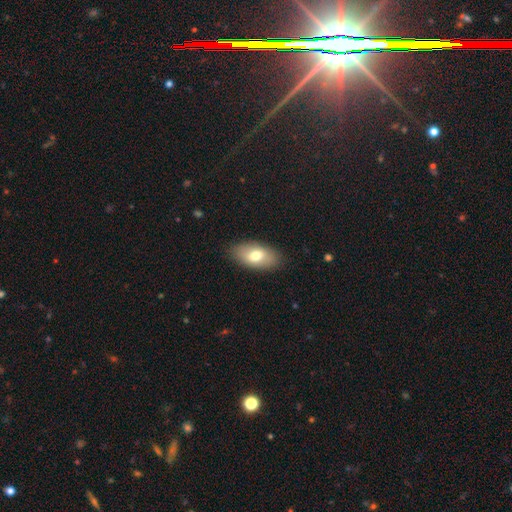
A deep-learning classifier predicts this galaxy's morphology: Smooth or featured? Predicted: smooth (p=0.71). How rounded? Predicted: in between (p=0.92). Merging? Predicted: none (p=0.86).